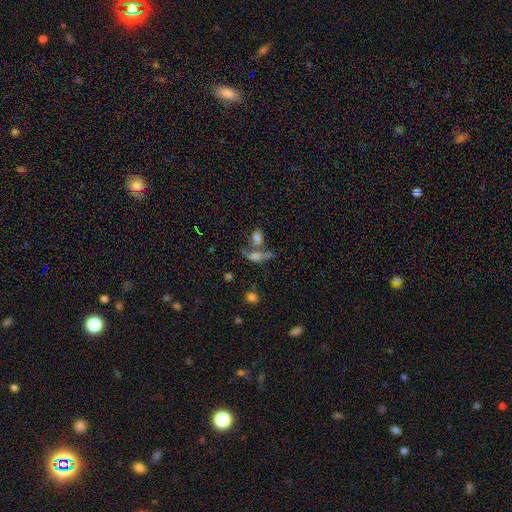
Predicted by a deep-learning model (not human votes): smooth_or_featured: smooth (p=0.44) [alt: featured or disk p=0.36]
merging: none (p=0.42) [alt: merger p=0.35]